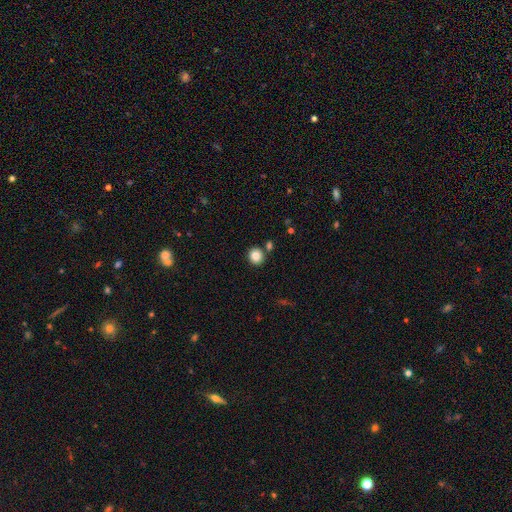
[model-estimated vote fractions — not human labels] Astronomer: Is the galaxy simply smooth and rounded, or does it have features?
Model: smooth — 84%.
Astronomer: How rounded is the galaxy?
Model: round — 85%.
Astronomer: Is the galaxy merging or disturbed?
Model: none — 81%.